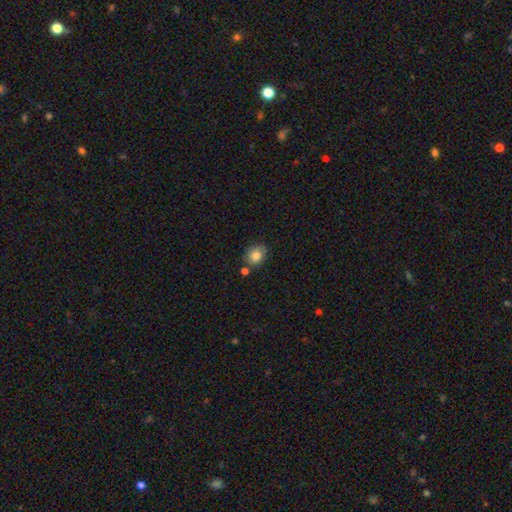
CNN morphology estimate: Smooth or featured: smooth — 81% (featured or disk — 10%)
How rounded: round — 57% (in between — 42%)
Merging: none — 69% (minor disturbance — 18%)